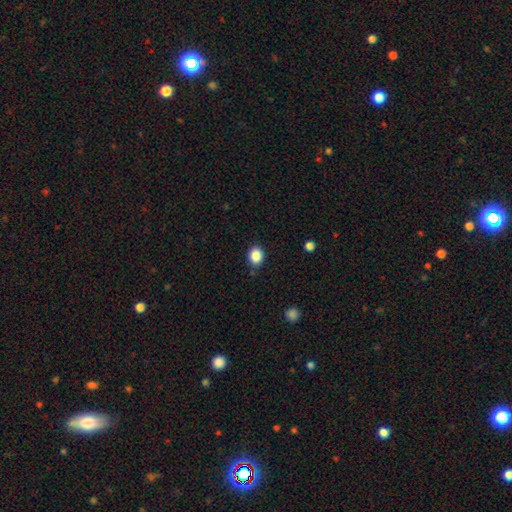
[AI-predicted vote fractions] Smooth or featured: smooth — 87% (star or artifact — 10%)
How rounded: round — 59% (in between — 40%)
Merging: none — 84% (minor disturbance — 11%)